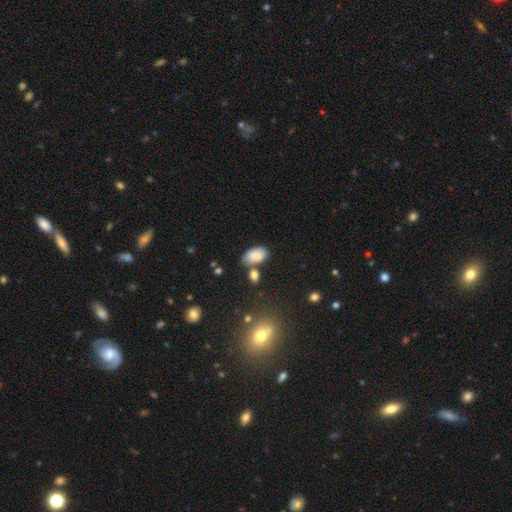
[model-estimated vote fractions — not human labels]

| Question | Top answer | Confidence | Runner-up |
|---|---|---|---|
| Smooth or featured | smooth | 82% | featured or disk (9%) |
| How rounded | in between | 94% | round (4%) |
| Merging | none | 65% | minor disturbance (17%) |